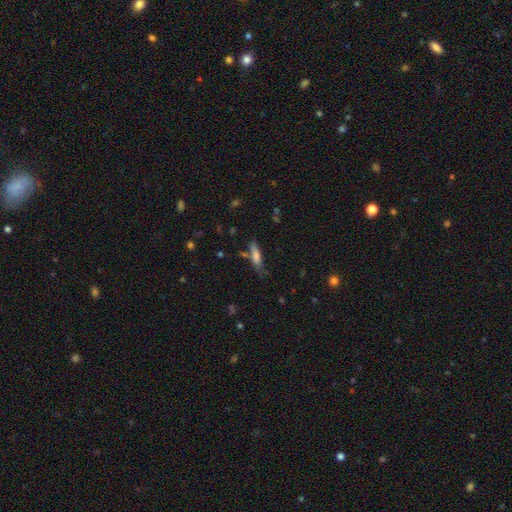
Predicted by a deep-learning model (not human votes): The model was most divided on "how rounded": cigar-shaped: 64%, in between: 34%, round: 2%. More confident: smooth or featured — smooth (71%); merging — none (66%).